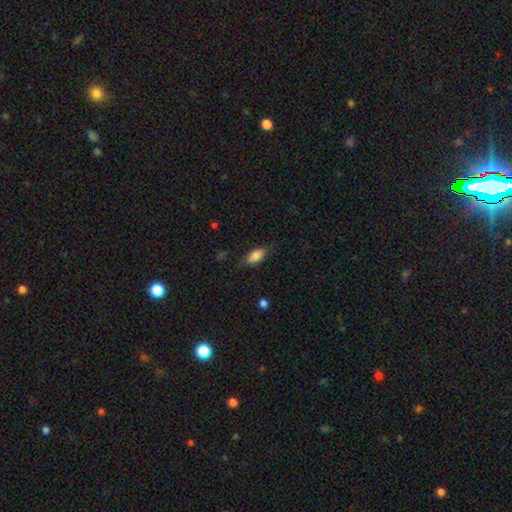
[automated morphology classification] smooth_or_featured: smooth (p=0.80) [alt: featured or disk p=0.13]
how_rounded: in between (p=0.88) [alt: cigar-shaped p=0.08]
merging: none (p=0.73) [alt: minor disturbance p=0.20]